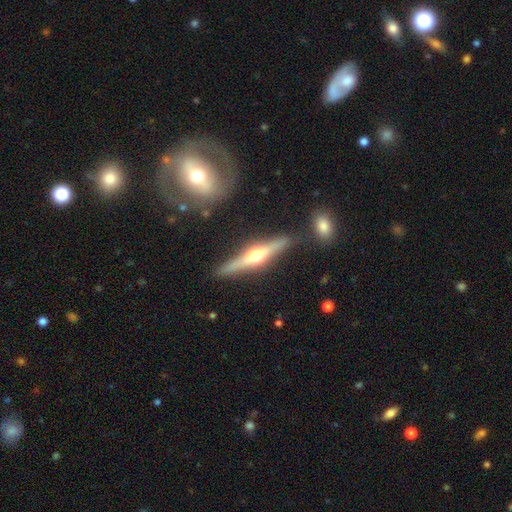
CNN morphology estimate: This appears to be a featured or disk galaxy (74%) viewed edge-on (97%) with a rounded central bulge (93%). Merging: none (86%).